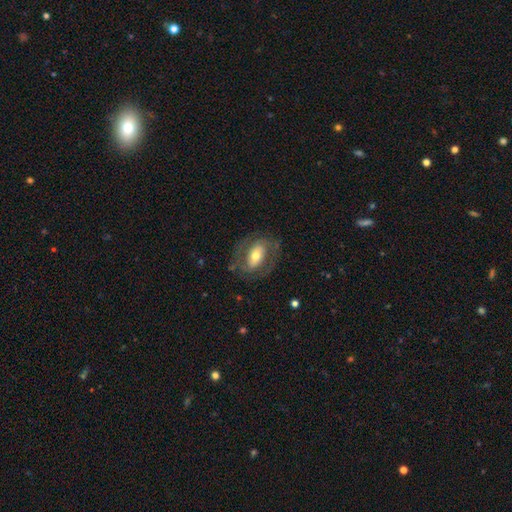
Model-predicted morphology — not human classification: This is likely a featured or disk galaxy (62%). It is clearly not viewed edge-on (93%). Bar: marginally no (37%). Spiral arm pattern: likely yes (65%). Central bulge: likely moderate (60%). Merging: likely none (71%).